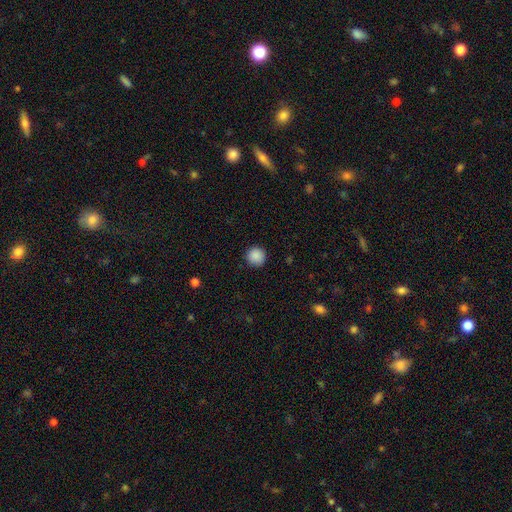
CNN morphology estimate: smooth_or_featured: smooth (p=0.89) [alt: star or artifact p=0.09]
how_rounded: round (p=0.96) [alt: in between p=0.04]
merging: none (p=0.91) [alt: minor disturbance p=0.06]